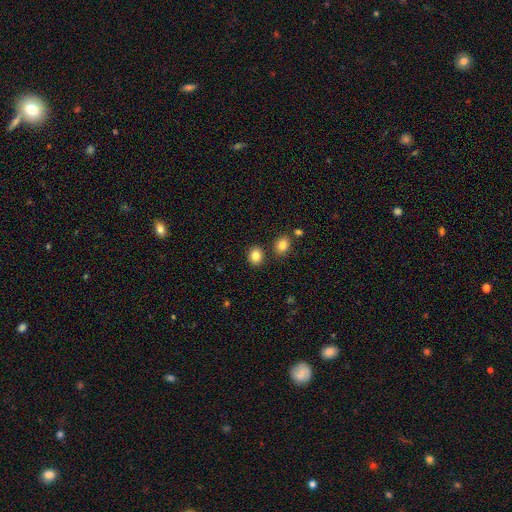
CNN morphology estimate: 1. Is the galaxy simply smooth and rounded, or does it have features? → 85% smooth, 10% star or artifact, 5% featured or disk.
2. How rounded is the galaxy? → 66% round, 33% in between, 1% cigar-shaped.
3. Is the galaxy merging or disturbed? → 83% none, 8% minor disturbance, 7% merger, 2% major disturbance.